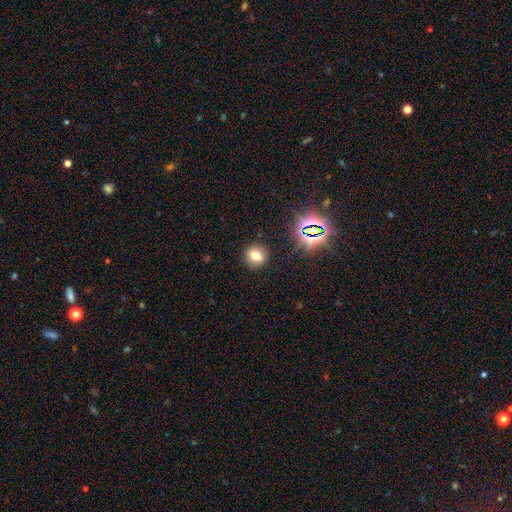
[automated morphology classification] smooth 70%, star or artifact 19%, featured or disk 11%. Down the decision tree: how rounded — round (80%); merging — none (89%).